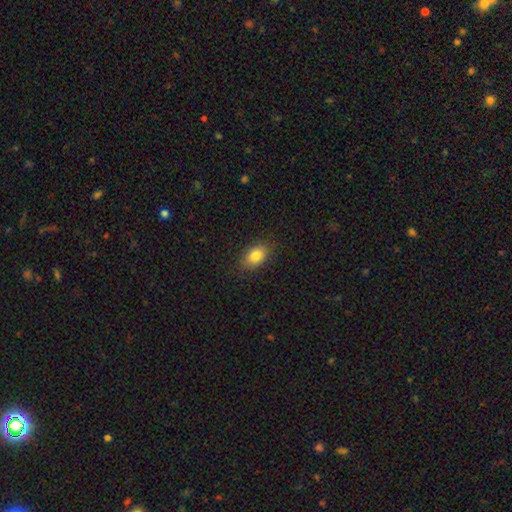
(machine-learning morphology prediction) Q: Smooth or featured?
A: smooth (83%); runner-up: star or artifact (9%)
Q: How rounded?
A: in between (84%); runner-up: round (14%)
Q: Merging?
A: none (85%); runner-up: minor disturbance (12%)